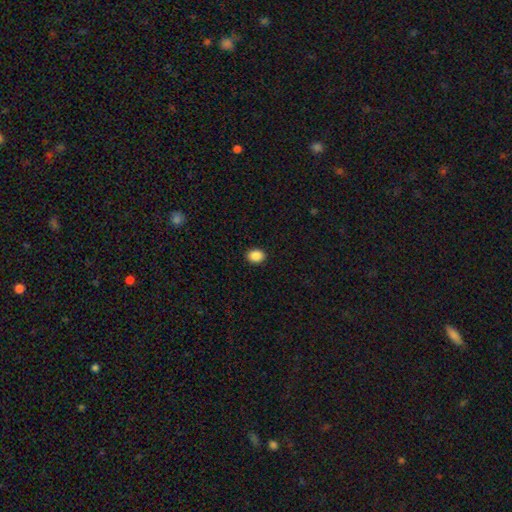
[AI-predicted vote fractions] This is clearly a smooth galaxy (89%). How rounded: possibly in between (53%). Merging: clearly none (91%).